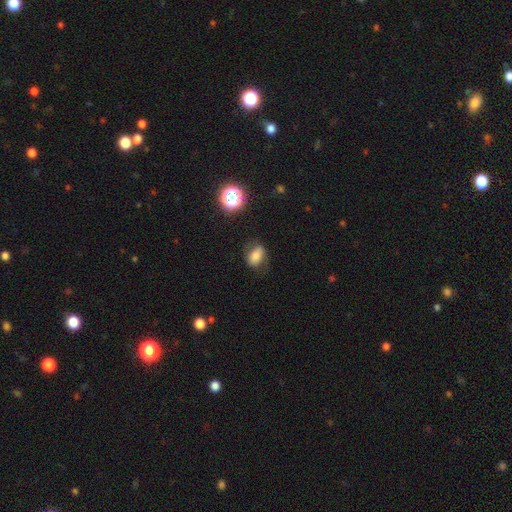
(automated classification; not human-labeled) Overall: smooth (67%). How rounded: in between (72%). Merging: none (68%).